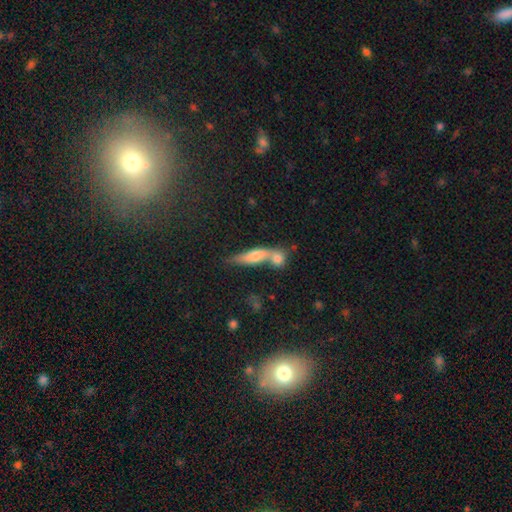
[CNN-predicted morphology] Overall: smooth (49%; featured or disk 38%). Merging: none (42%; merger 41%).